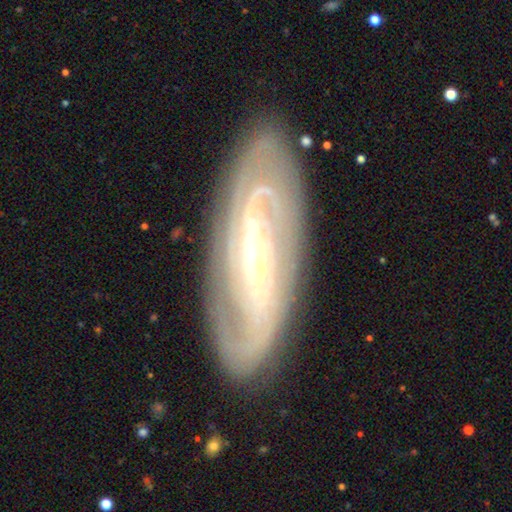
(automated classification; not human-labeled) featured or disk 85%, smooth 9%, star or artifact 6%. Down the decision tree: edge-on disk — no (89%); bar — strong (40%); spiral arms — yes (93%); spiral arm count — 2 (54%); spiral winding — tight (50%); bulge size — small (75%); merging — none (83%).